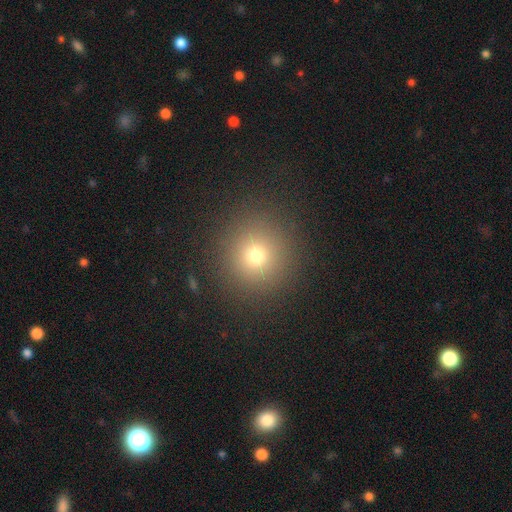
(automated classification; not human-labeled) A smooth galaxy with no disk features (72%) that is round (94%). Merging: none (90%).